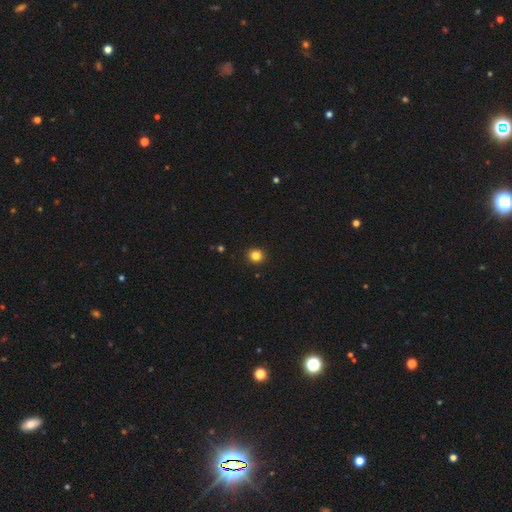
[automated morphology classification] Overall: smooth (83%). How rounded: round (85%). Merging: none (92%).